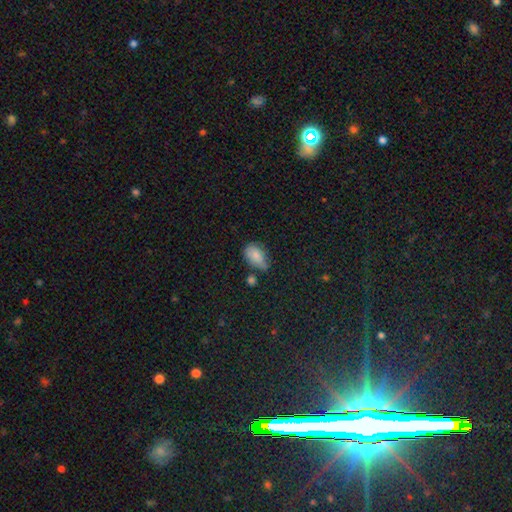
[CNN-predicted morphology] smooth_or_featured: smooth (p=0.80) [alt: featured or disk p=0.11]
how_rounded: in between (p=0.87) [alt: round p=0.11]
merging: none (p=0.43) [alt: minor disturbance p=0.37]